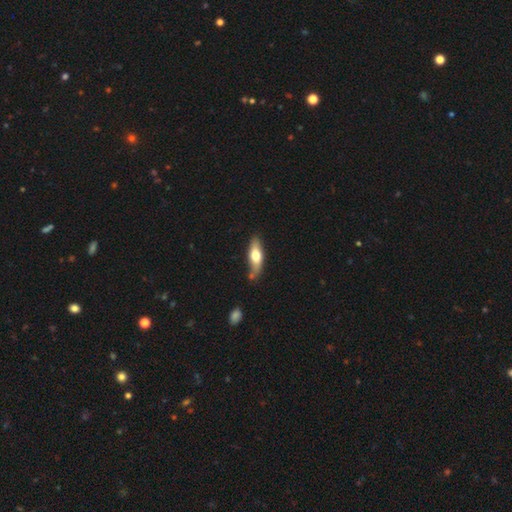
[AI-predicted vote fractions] A smooth galaxy with no disk features (60%) that is in between round and cigar-shaped (56%). Merging: none (67%).